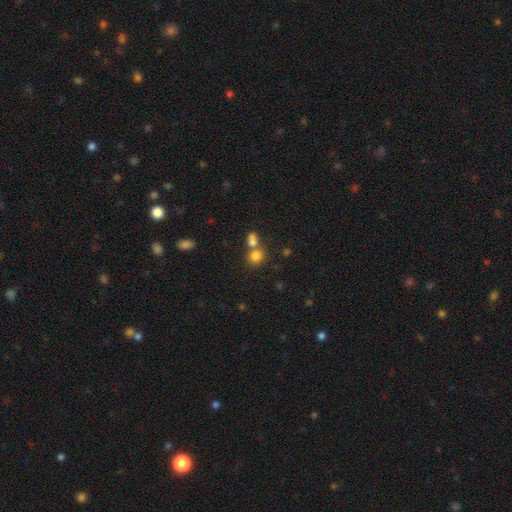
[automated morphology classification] smooth_or_featured: smooth (p=0.79) [alt: star or artifact p=0.12]
how_rounded: round (p=0.71) [alt: in between p=0.28]
merging: none (p=0.45) [alt: merger p=0.44]